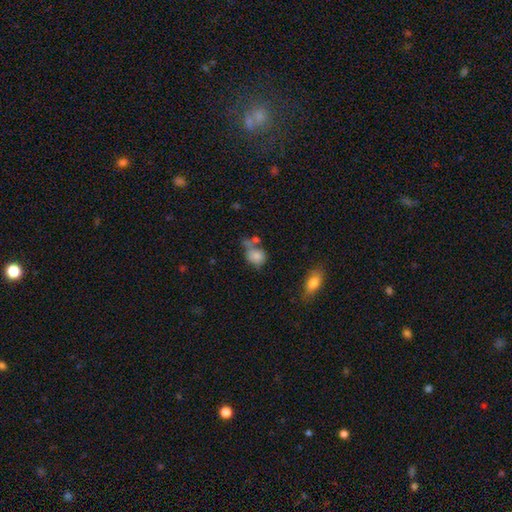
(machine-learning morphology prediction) A smooth galaxy with no disk features (79%) that is round (60%).

Vote fractions:
- Smooth or featured? smooth: 79% / featured or disk: 11% / star or artifact: 10%
- How rounded? round: 60% / in between: 39% / cigar-shaped: 2%
- Merging? none: 40% / merger: 28% / minor disturbance: 21% / major disturbance: 11%